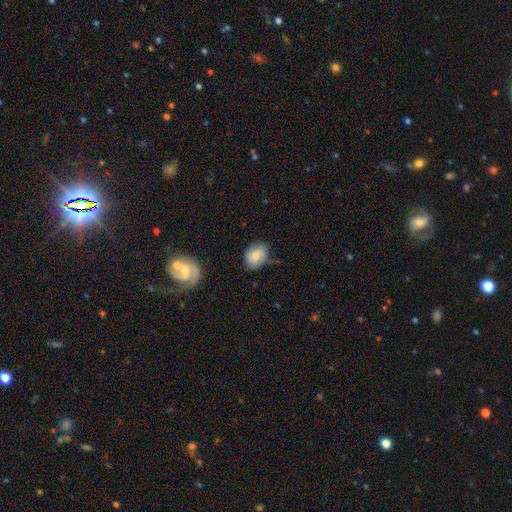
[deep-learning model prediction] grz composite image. It shows a smooth galaxy with no disk features (73%) that is in between round and cigar-shaped (56%). Merging: none (58%).